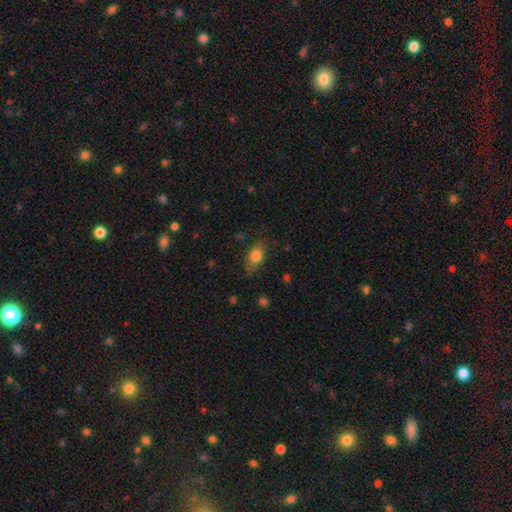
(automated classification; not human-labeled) smooth_or_featured: smooth (p=0.79) [alt: featured or disk p=0.13]
how_rounded: in between (p=0.82) [alt: round p=0.13]
merging: none (p=0.71) [alt: minor disturbance p=0.21]